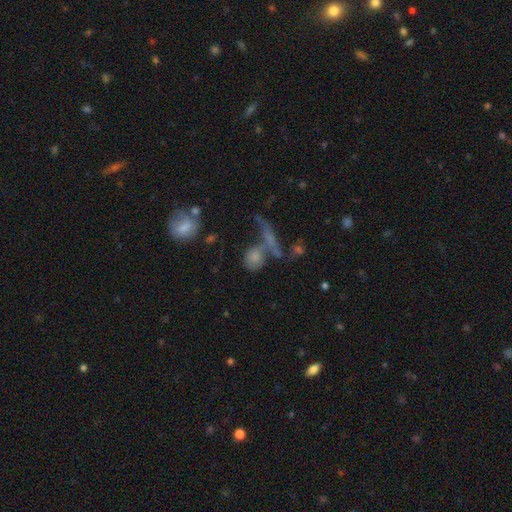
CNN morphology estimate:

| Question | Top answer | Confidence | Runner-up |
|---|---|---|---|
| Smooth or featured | smooth | 63% | featured or disk (22%) |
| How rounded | round | 56% | in between (35%) |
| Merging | none | 40% | merger (36%) |